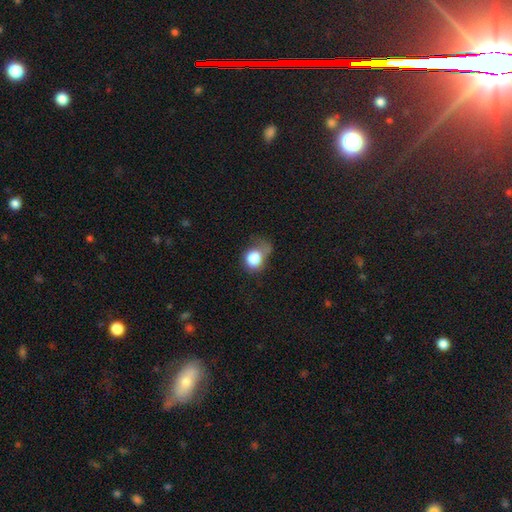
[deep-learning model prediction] Q: Smooth or featured?
A: smooth (79%); runner-up: featured or disk (11%)
Q: How rounded?
A: round (74%); runner-up: in between (25%)
Q: Merging?
A: none (34%); runner-up: minor disturbance (30%)